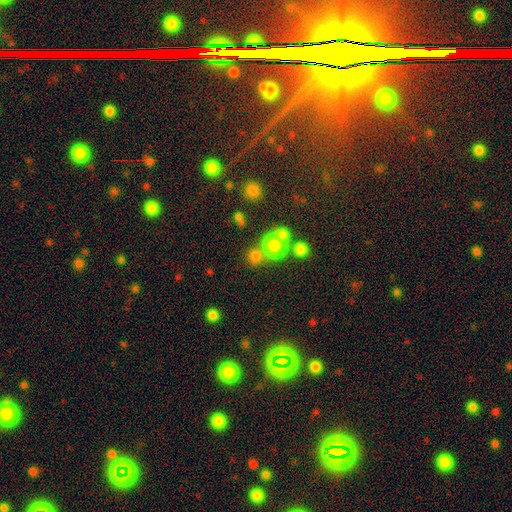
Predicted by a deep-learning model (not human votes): smooth-or-featured: smooth: 74% | star or artifact: 18% | featured or disk: 8%
  how-rounded: round: 84% | in between: 15% | cigar-shaped: 1%
  merging: none: 56% | merger: 30% | minor disturbance: 9% | major disturbance: 5%